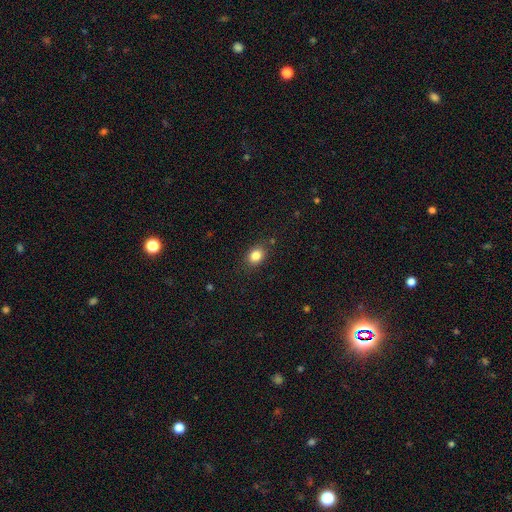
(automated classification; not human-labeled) This appears to be a smooth galaxy with no disk features (84%) that is in between round and cigar-shaped (57%). Merging: none (84%).